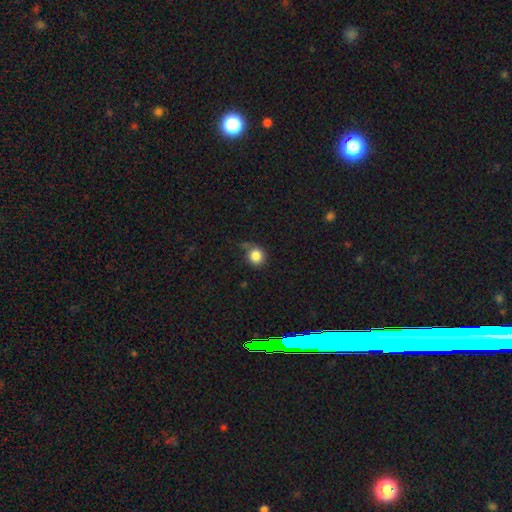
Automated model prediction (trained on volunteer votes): smooth-or-featured: smooth: 84% | star or artifact: 10% | featured or disk: 6%
  how-rounded: round: 87% | in between: 13% | cigar-shaped: 1%
  merging: none: 61% | minor disturbance: 25% | major disturbance: 8% | merger: 6%